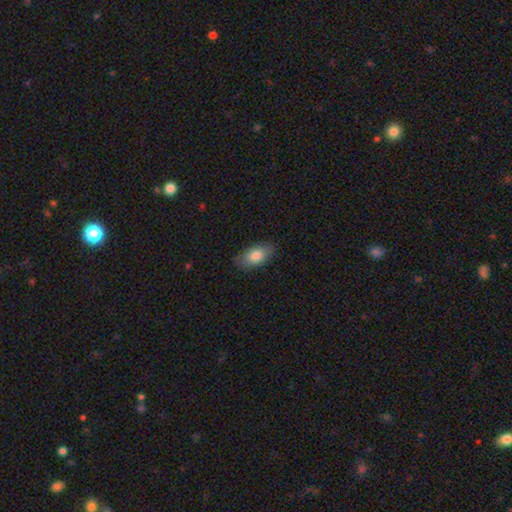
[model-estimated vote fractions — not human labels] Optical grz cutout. It shows a smooth galaxy with no disk features (80%) that is in between round and cigar-shaped (92%). Merging: none (82%).